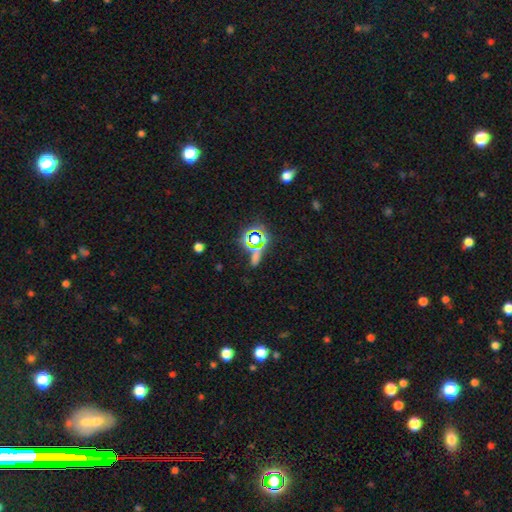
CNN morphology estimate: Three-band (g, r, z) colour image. It shows a star or artifact, not a galaxy (69%).